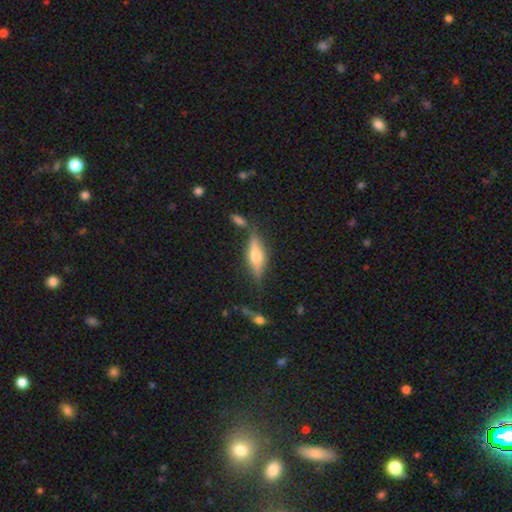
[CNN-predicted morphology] Q: Smooth or featured?
A: featured or disk (62%); runner-up: smooth (30%)
Q: Edge-on disk?
A: yes (93%); runner-up: no (7%)
Q: Edge-on bulge?
A: rounded (90%); runner-up: boxy (8%)
Q: Merging?
A: none (75%); runner-up: minor disturbance (14%)